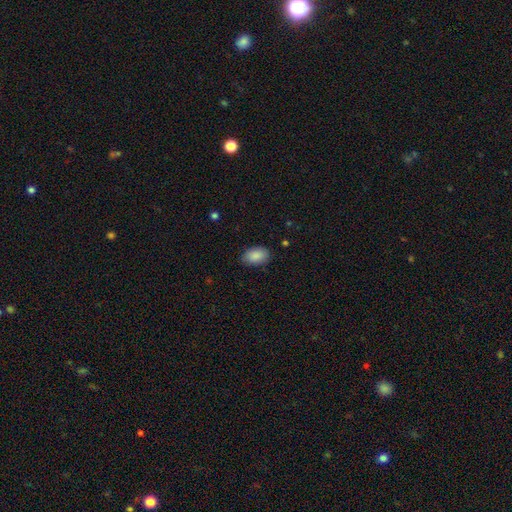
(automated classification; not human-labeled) Smooth or featured? Predicted: smooth (p=0.88). How rounded? Predicted: in between (p=0.89). Merging? Predicted: none (p=0.81).